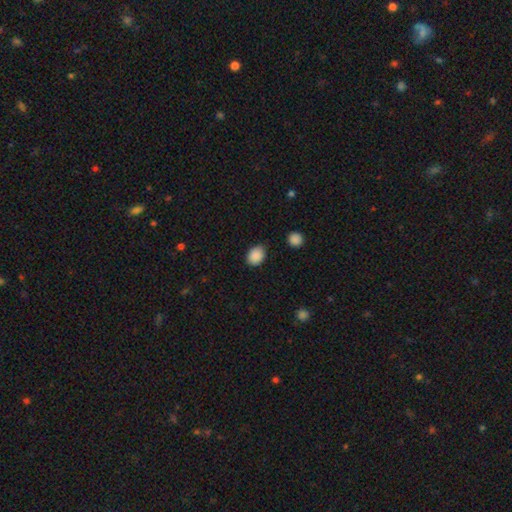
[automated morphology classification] A smooth galaxy with no disk features (88%) that is in between round and cigar-shaped (61%).

Vote fractions:
- Smooth or featured? smooth: 88% / star or artifact: 8% / featured or disk: 3%
- How rounded? in between: 61% / round: 39% / cigar-shaped: 1%
- Merging? none: 81% / minor disturbance: 14% / major disturbance: 3% / merger: 2%